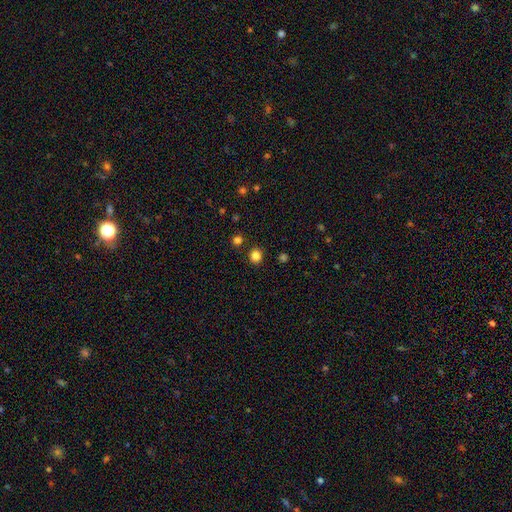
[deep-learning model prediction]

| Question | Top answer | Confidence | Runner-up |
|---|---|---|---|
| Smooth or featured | smooth | 82% | star or artifact (14%) |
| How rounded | round | 87% | in between (12%) |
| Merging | none | 89% | minor disturbance (6%) |